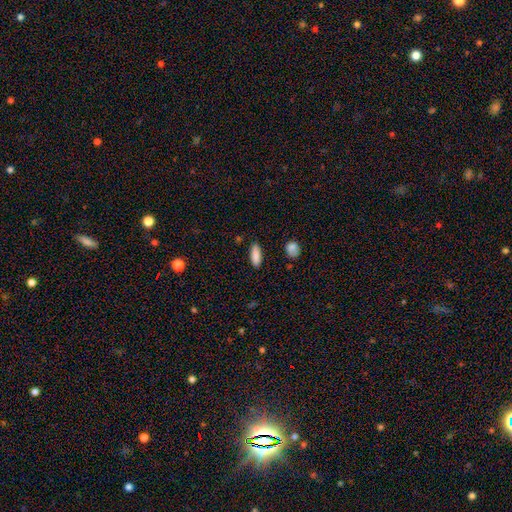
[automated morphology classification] This appears to be a smooth galaxy with no disk features (88%) that is in between round and cigar-shaped (65%). Merging: none (86%).